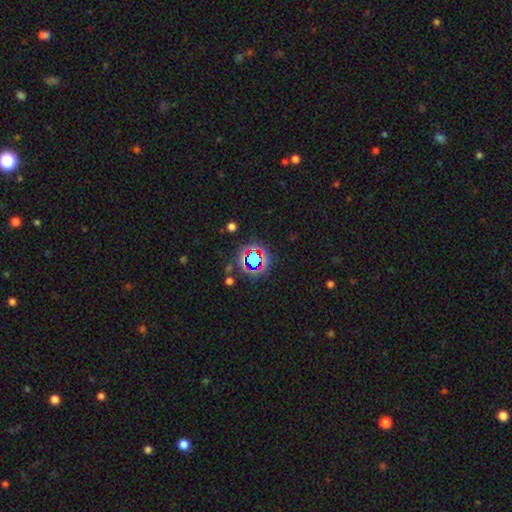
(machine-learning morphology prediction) The model was most divided on "smooth or featured": star or artifact: 63%, smooth: 25%, featured or disk: 12%.